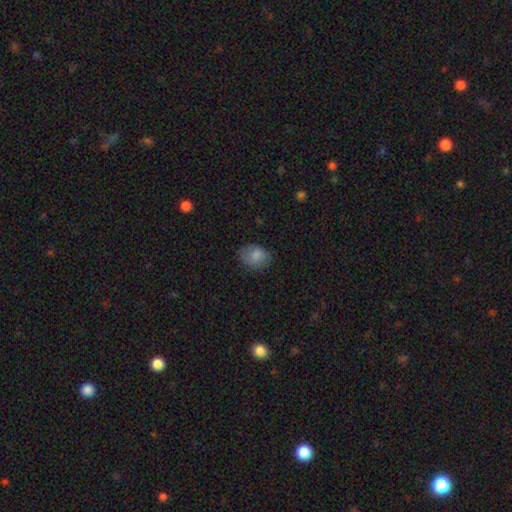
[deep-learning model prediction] Smooth or featured? smooth (83%)
How rounded? in between (61%)
Merging? none (73%)